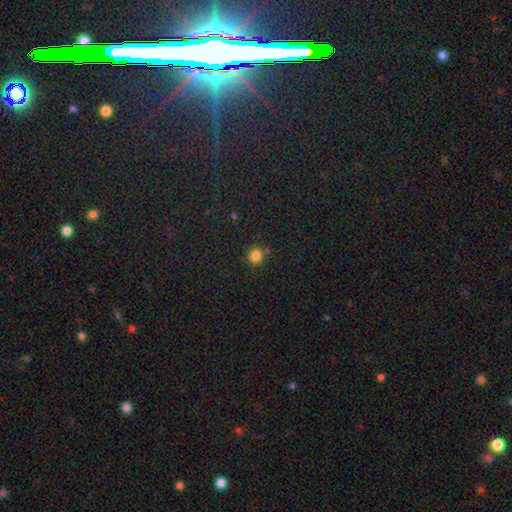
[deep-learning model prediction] smooth 84%, star or artifact 12%, featured or disk 4%. Down the decision tree: how rounded — round (89%); merging — none (82%).